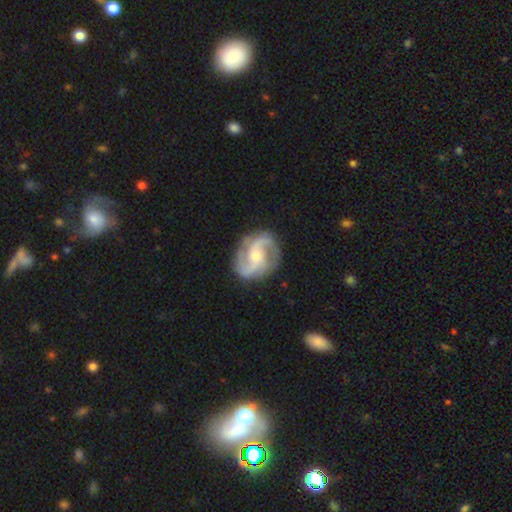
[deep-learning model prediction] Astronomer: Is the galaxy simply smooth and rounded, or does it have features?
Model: featured or disk — 90%.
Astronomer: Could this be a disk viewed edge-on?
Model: no — 98%.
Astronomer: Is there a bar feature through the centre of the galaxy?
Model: no — 47% (runner-up: weak, 39%).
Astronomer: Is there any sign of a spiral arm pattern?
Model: yes — 98%.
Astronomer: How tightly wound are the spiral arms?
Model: medium — 53% (runner-up: loose, 28%).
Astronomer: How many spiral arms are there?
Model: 2 — 84%.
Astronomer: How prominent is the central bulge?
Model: small — 48% (runner-up: moderate, 47%).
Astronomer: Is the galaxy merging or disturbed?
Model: none — 82%.